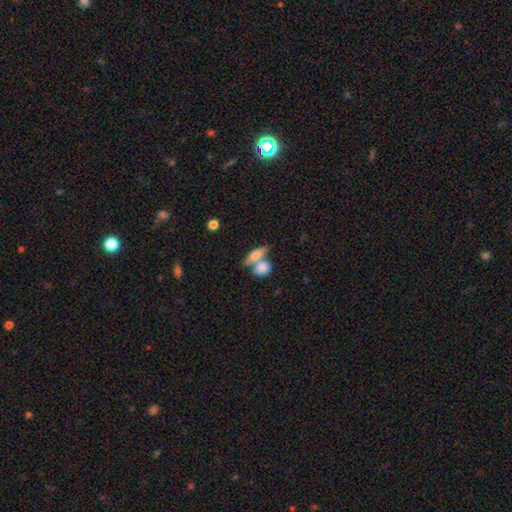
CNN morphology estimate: This is likely a smooth galaxy (68%). How rounded: possibly in between (58%). Merging: marginally merger (45%).